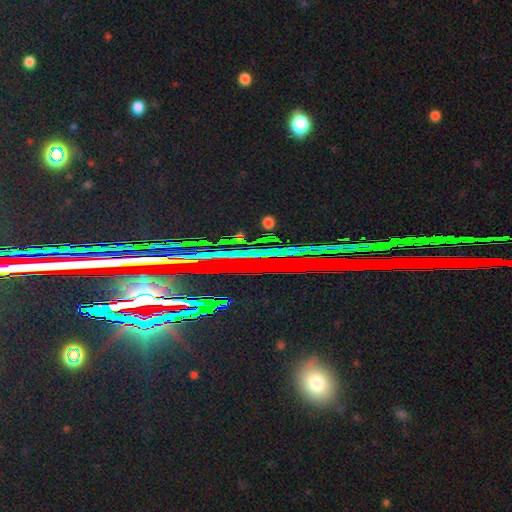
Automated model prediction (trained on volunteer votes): A star or artifact, not a galaxy (77%).